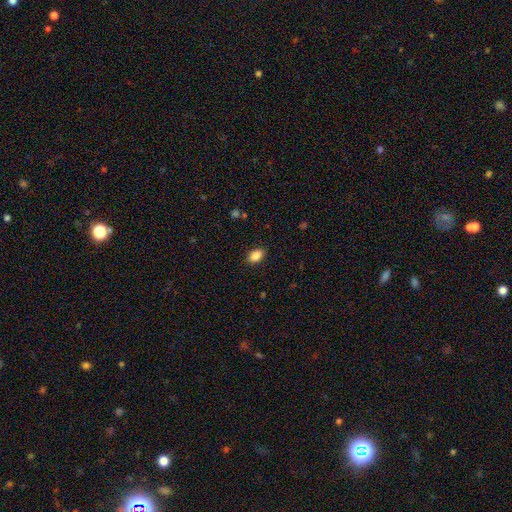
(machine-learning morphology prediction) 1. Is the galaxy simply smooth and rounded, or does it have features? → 88% smooth, 8% star or artifact, 4% featured or disk.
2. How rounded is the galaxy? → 88% in between, 10% round, 2% cigar-shaped.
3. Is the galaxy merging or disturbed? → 87% none, 9% minor disturbance, 2% major disturbance, 1% merger.